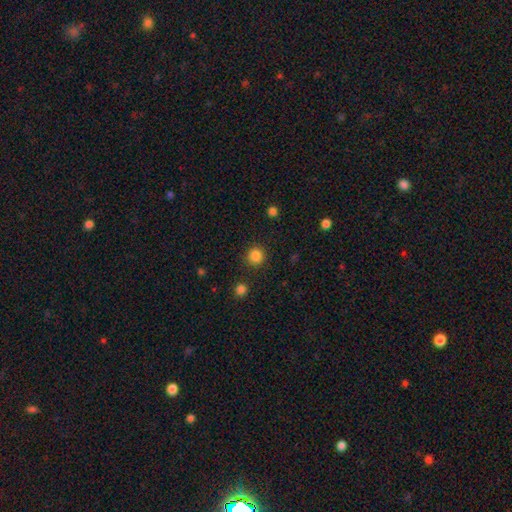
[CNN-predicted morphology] Overall: smooth (85%). How rounded: round (93%). Merging: none (89%).